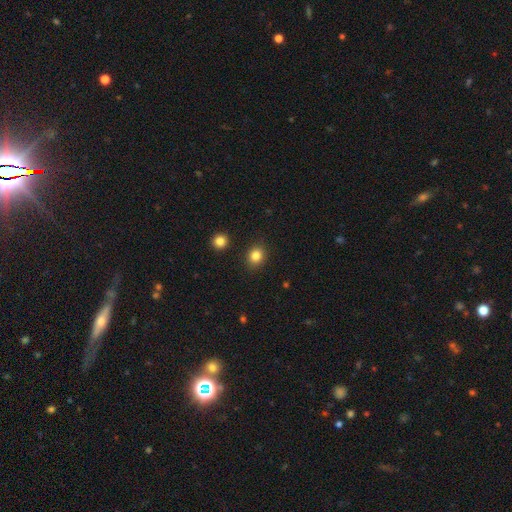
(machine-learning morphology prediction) A smooth galaxy with no disk features (84%) that is round (69%).

Vote fractions:
- Smooth or featured? smooth: 84% / star or artifact: 11% / featured or disk: 5%
- How rounded? round: 69% / in between: 30% / cigar-shaped: 1%
- Merging? none: 88% / minor disturbance: 7% / major disturbance: 2% / merger: 2%